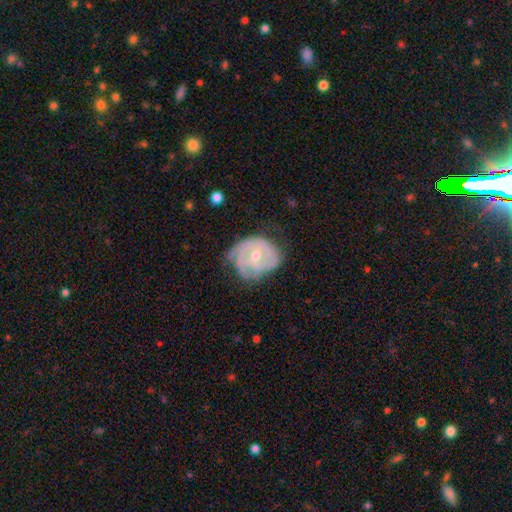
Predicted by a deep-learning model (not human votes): Smooth or featured? featured or disk (73%)
Edge-on disk? no (97%)
Bar? no (62%)
Spiral arms? yes (78%)
Spiral winding? tight (64%)
Spiral arm count? can't tell (43%)
Bulge size? moderate (54%)
Merging? none (47%)